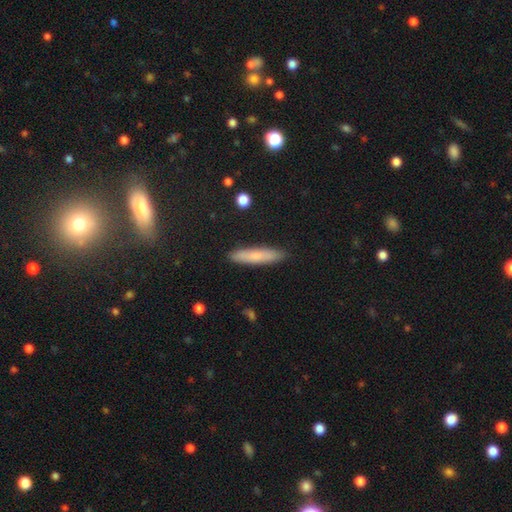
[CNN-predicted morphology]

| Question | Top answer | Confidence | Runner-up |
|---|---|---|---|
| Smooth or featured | smooth | 71% | featured or disk (22%) |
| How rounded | cigar-shaped | 87% | in between (12%) |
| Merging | none | 89% | minor disturbance (8%) |